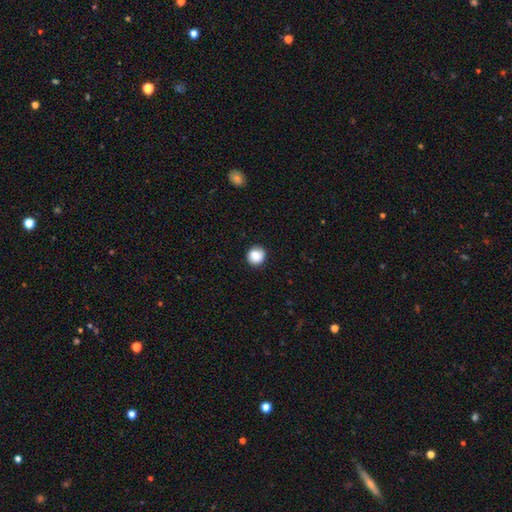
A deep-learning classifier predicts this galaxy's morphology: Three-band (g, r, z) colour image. It shows a smooth galaxy with no disk features (81%) that is round (88%). Merging: none (87%).